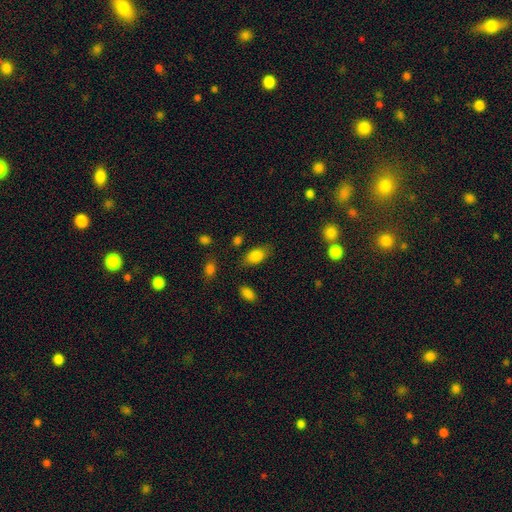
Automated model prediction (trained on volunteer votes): This is clearly a smooth galaxy (84%). How rounded: clearly in between (90%). Merging: likely none (76%).